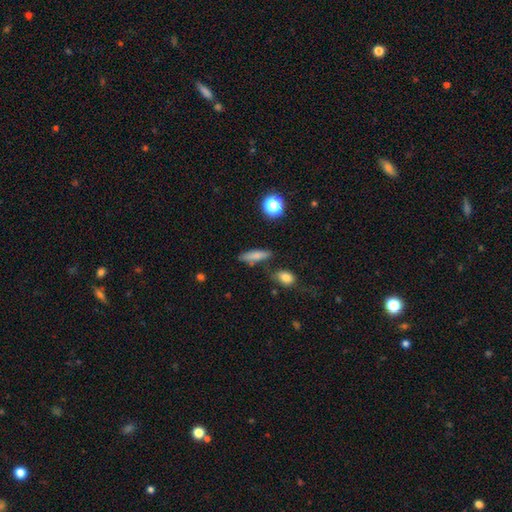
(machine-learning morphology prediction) Smooth or featured?
  - smooth: 76% *
  - featured or disk: 14%
  - star or artifact: 10%
How rounded?
  - cigar-shaped: 59% *
  - in between: 35%
  - round: 5%
Merging?
  - none: 74% *
  - minor disturbance: 15%
  - merger: 6%
  - major disturbance: 4%